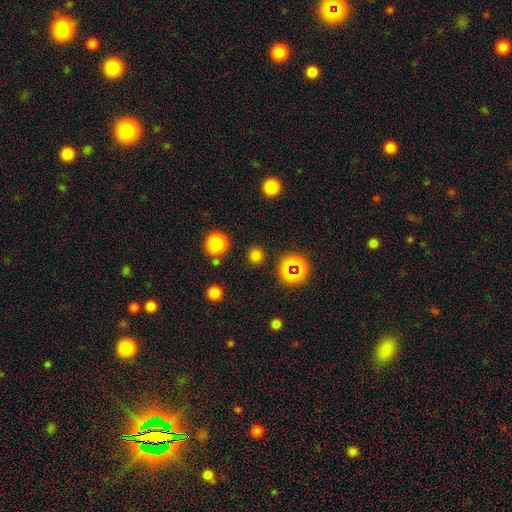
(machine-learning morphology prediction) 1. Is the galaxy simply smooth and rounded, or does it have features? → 70% smooth, 25% star or artifact, 5% featured or disk.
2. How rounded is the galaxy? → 92% round, 7% in between, 1% cigar-shaped.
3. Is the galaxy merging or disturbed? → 88% none, 6% minor disturbance, 3% major disturbance, 3% merger.